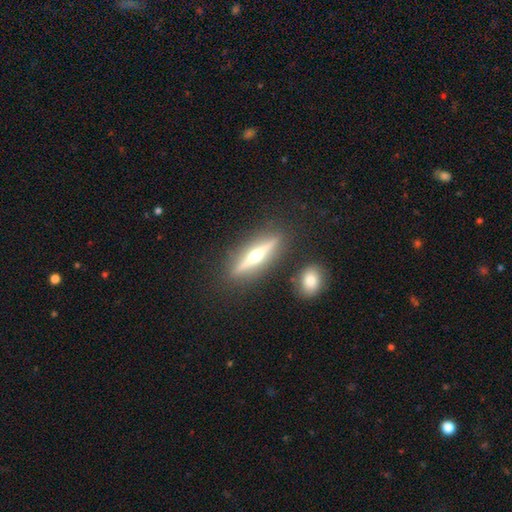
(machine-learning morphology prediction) featured or disk 79%, smooth 16%, star or artifact 6%. Down the decision tree: edge-on disk — yes (96%); edge-on bulge — rounded (96%); merging — none (88%).